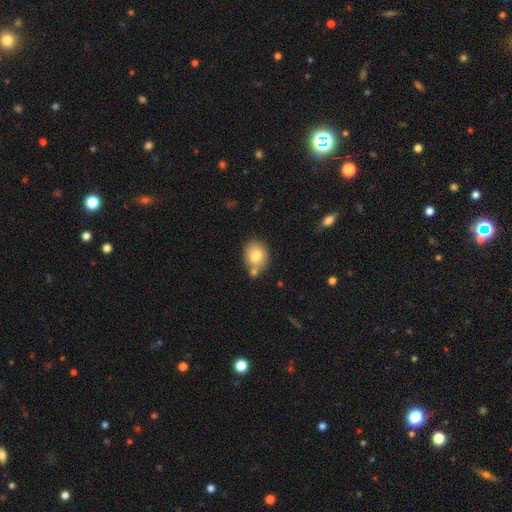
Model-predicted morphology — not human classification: A smooth galaxy with no disk features (77%) that is round (51%). Merging: none (61%).